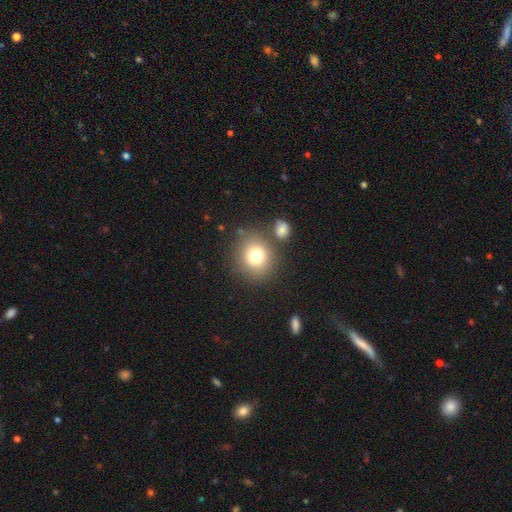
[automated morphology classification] smooth_or_featured: smooth (p=0.76) [alt: star or artifact p=0.12]
how_rounded: round (p=0.80) [alt: in between p=0.19]
merging: none (p=0.75) [alt: merger p=0.11]